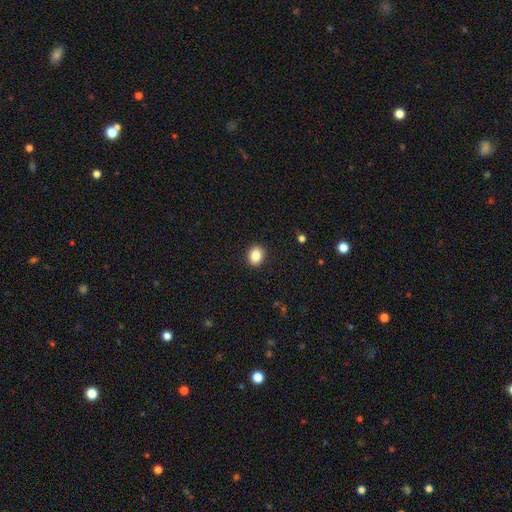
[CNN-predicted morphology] type=smooth (86%); roundness=round (53%); merging=none (91%).